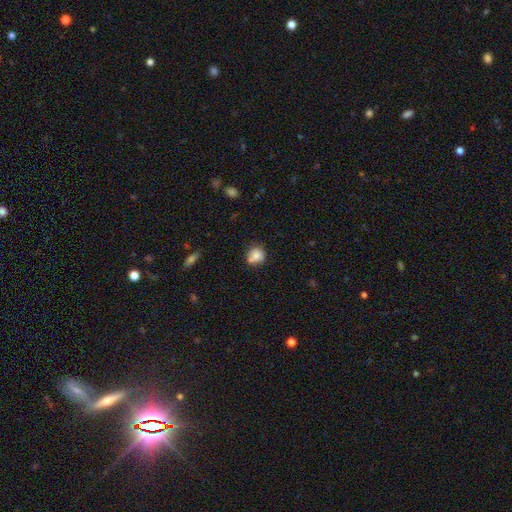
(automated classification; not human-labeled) This appears to be a smooth galaxy with no disk features (79%) that is round (81%). Merging: none (59%).